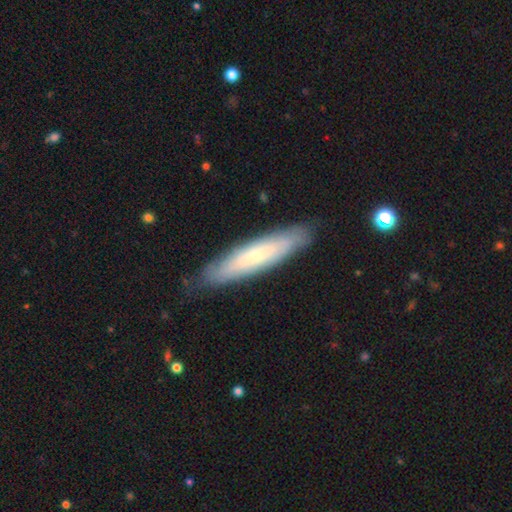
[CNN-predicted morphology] smooth 55%, featured or disk 39%, star or artifact 6%. Down the decision tree: how rounded — cigar-shaped (82%); merging — none (84%).